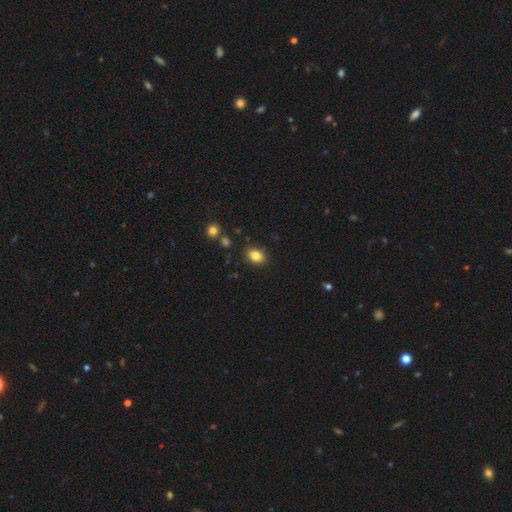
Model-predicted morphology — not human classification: This is clearly a smooth galaxy (83%). How rounded: likely in between (69%). Merging: clearly none (86%).